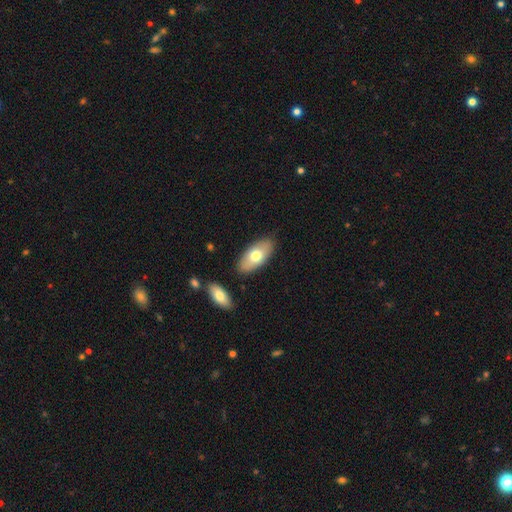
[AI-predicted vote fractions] Smooth or featured?
  - smooth: 69% *
  - featured or disk: 25%
  - star or artifact: 6%
How rounded?
  - in between: 91% *
  - cigar-shaped: 6%
  - round: 3%
Merging?
  - none: 84% *
  - minor disturbance: 10%
  - merger: 4%
  - major disturbance: 2%